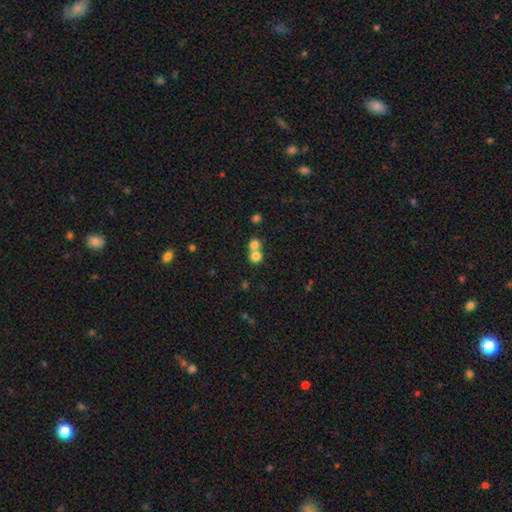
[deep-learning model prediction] The model was most divided on "merging": merger: 60%, none: 33%, minor disturbance: 5%, major disturbance: 3%. More confident: how rounded — round (82%); smooth or featured — smooth (78%).